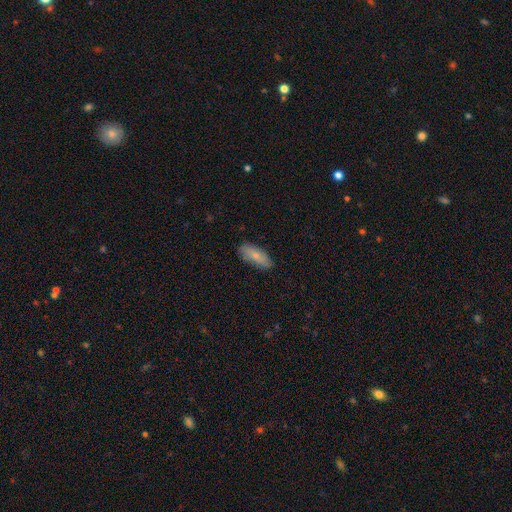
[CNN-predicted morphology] Smooth or featured?
  - smooth: 77% *
  - featured or disk: 17%
  - star or artifact: 6%
How rounded?
  - in between: 73% *
  - cigar-shaped: 24%
  - round: 2%
Merging?
  - none: 83% *
  - minor disturbance: 13%
  - major disturbance: 2%
  - merger: 1%